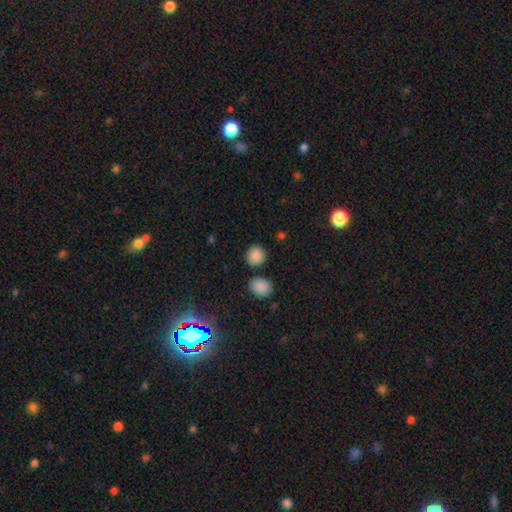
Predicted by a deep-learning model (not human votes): smooth 87%, star or artifact 10%, featured or disk 4%. Down the decision tree: how rounded — round (83%); merging — none (80%).